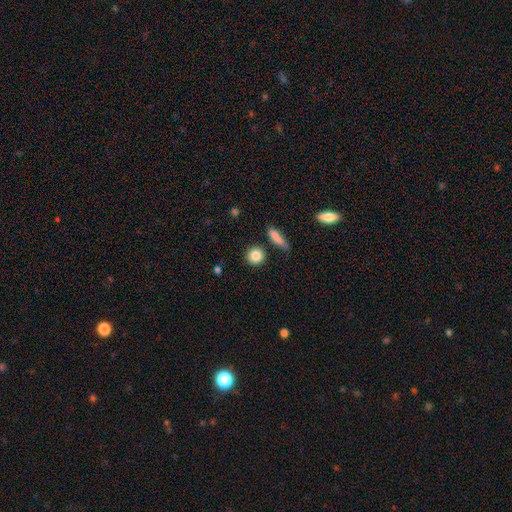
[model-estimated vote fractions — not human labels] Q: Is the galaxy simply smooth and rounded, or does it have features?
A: smooth — 86%.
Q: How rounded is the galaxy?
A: round — 86%.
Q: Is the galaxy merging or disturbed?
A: none — 84%.